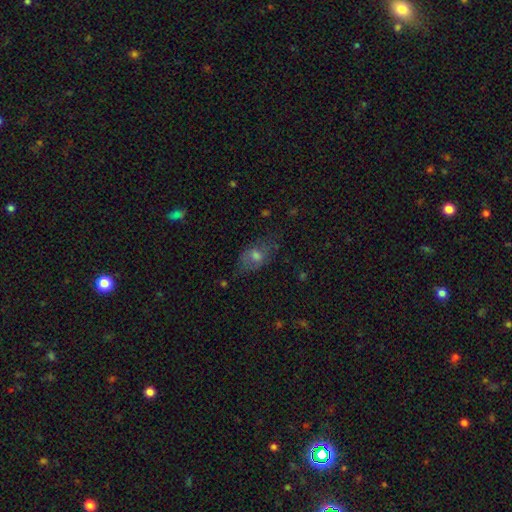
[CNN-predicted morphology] Smooth or featured? smooth (58%)
How rounded? in between (80%)
Merging? none (64%)